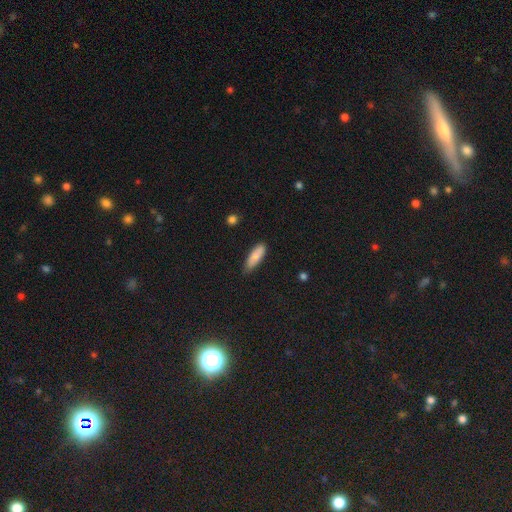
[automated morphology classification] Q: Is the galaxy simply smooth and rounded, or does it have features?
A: smooth — 86%.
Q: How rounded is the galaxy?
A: in between — 52%.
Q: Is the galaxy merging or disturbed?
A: none — 75%.